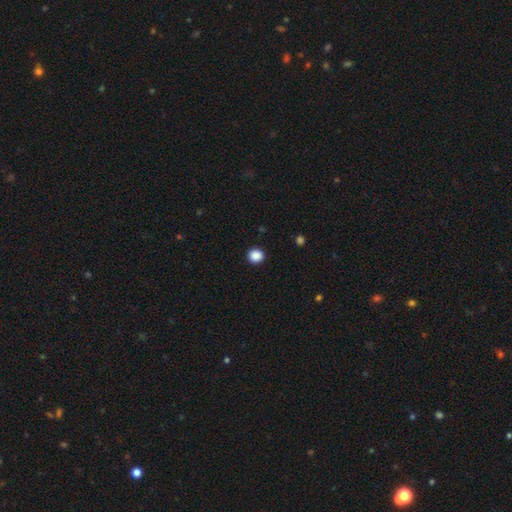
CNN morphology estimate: smooth-or-featured: smooth: 88% | star or artifact: 10% | featured or disk: 2%
  how-rounded: round: 85% | in between: 14% | cigar-shaped: 1%
  merging: none: 92% | minor disturbance: 5% | major disturbance: 2% | merger: 1%